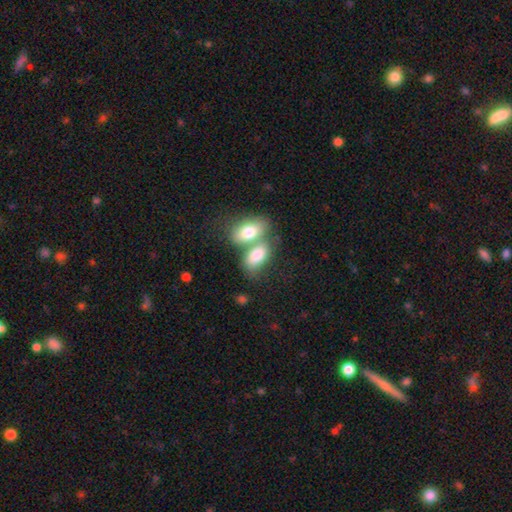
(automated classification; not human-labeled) This is likely a smooth galaxy (77%). How rounded: clearly in between (91%). Merging: likely merger (63%).